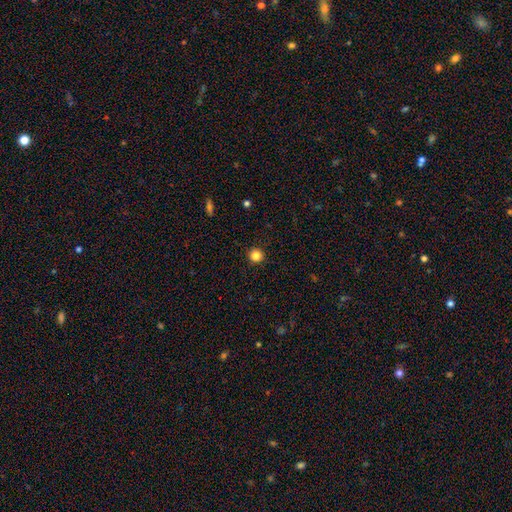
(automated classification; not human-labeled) Smooth or featured? Predicted: smooth (p=0.83). How rounded? Predicted: round (p=0.95). Merging? Predicted: none (p=0.93).